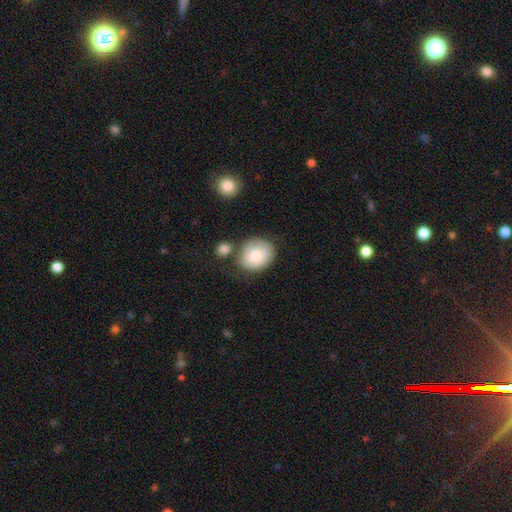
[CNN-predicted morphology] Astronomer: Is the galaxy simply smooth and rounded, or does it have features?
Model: smooth — 55% (runner-up: featured or disk, 38%).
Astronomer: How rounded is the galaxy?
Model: round — 62% (runner-up: in between, 38%).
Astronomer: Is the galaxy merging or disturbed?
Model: none — 61%.